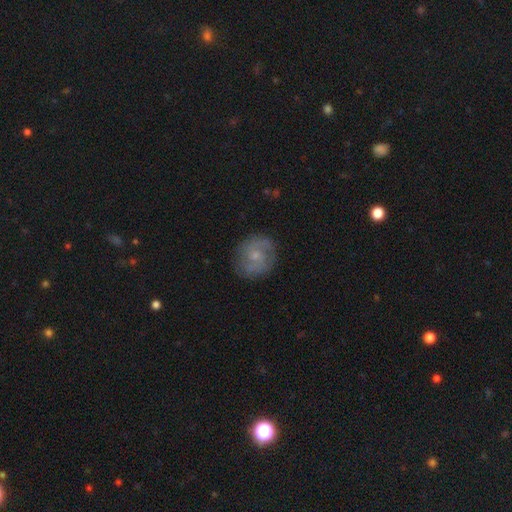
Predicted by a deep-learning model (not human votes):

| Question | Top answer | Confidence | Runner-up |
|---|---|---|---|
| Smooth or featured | featured or disk | 60% | smooth (32%) |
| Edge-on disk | no | 97% | yes (3%) |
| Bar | no | 64% | weak (32%) |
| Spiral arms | yes | 84% | no (16%) |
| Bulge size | small | 65% | moderate (27%) |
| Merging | none | 79% | minor disturbance (15%) |